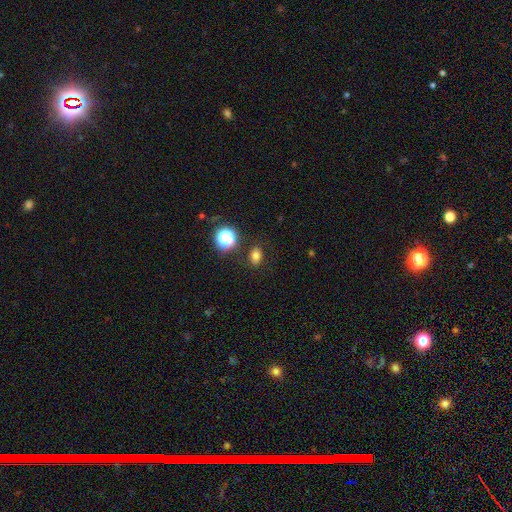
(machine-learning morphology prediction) Smooth or featured: smooth — 74% (star or artifact — 17%)
How rounded: in between — 71% (round — 27%)
Merging: none — 85% (minor disturbance — 9%)